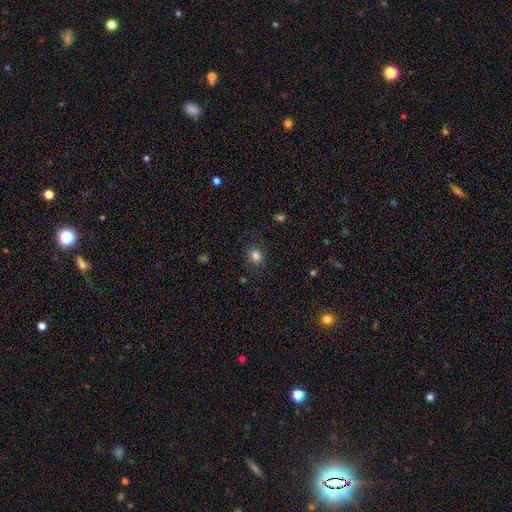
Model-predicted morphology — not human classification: Smooth or featured? Predicted: smooth (p=0.83). How rounded? Predicted: round (p=0.67). Merging? Predicted: none (p=0.83).